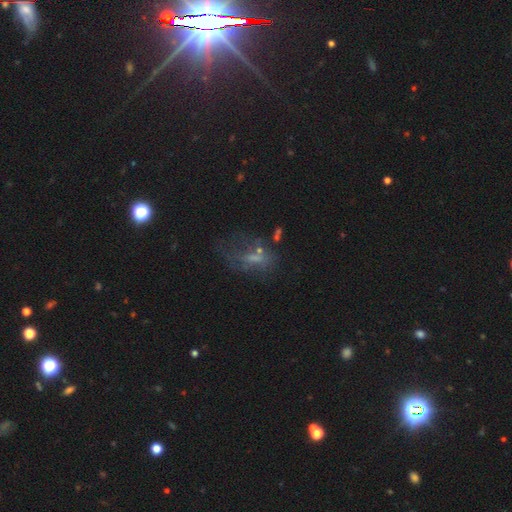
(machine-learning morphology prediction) A featured or disk galaxy (40%).

Vote fractions:
- Smooth or featured? featured or disk: 40% / smooth: 30% / star or artifact: 30%
- Merging? none: 40% / major disturbance: 33% / minor disturbance: 20% / merger: 7%